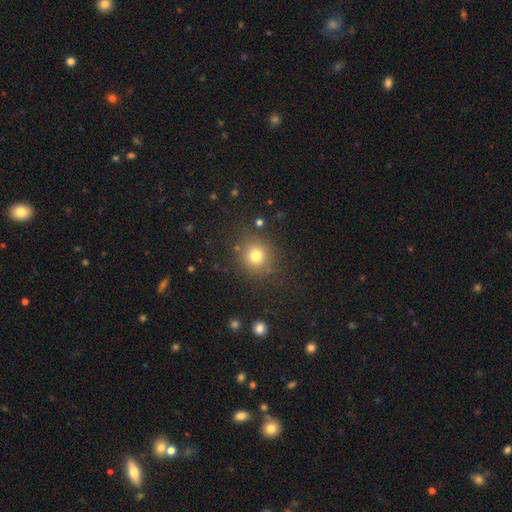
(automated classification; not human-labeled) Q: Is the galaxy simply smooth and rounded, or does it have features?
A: smooth — 77%.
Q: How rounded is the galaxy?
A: round — 90%.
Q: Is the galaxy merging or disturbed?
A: none — 84%.